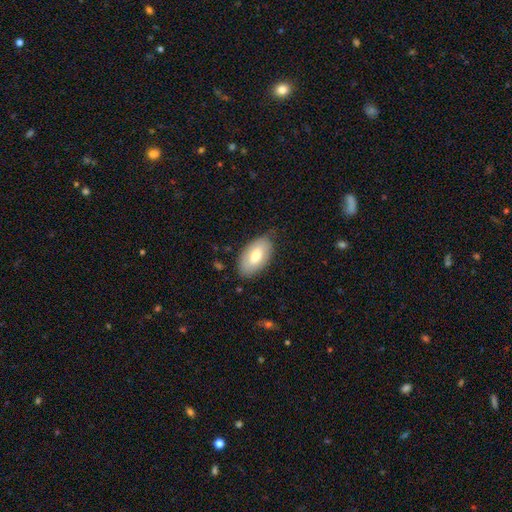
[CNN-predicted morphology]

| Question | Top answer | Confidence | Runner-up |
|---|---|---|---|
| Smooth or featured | smooth | 72% | featured or disk (22%) |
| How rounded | in between | 95% | round (3%) |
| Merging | none | 77% | minor disturbance (18%) |